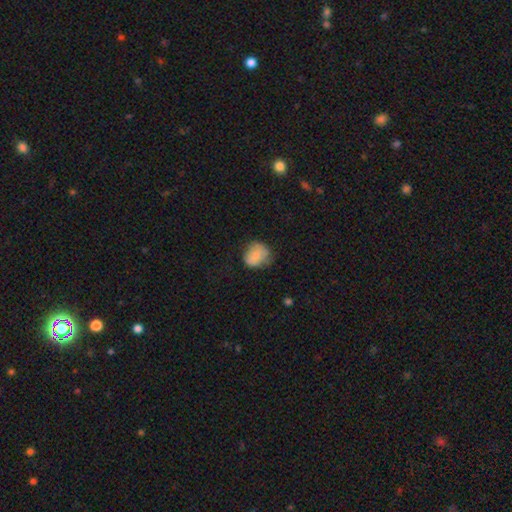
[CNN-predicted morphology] Overall: smooth (77%). How rounded: round (67%; in between 32%). Merging: none (62%; minor disturbance 28%).